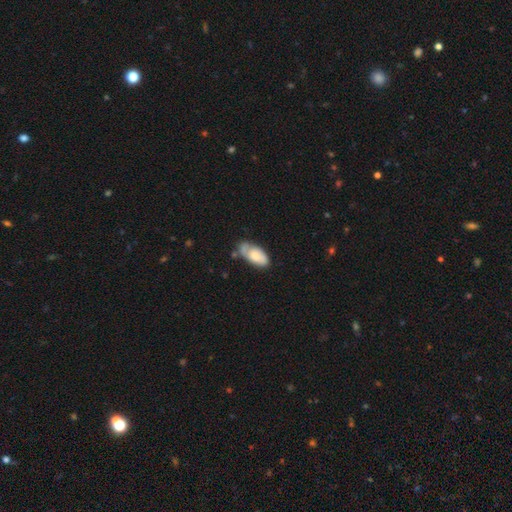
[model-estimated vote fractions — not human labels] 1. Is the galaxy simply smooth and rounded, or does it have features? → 62% smooth, 32% featured or disk, 6% star or artifact.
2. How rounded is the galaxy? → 92% in between, 5% cigar-shaped, 3% round.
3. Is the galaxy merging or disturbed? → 46% none, 32% minor disturbance, 12% merger, 11% major disturbance.